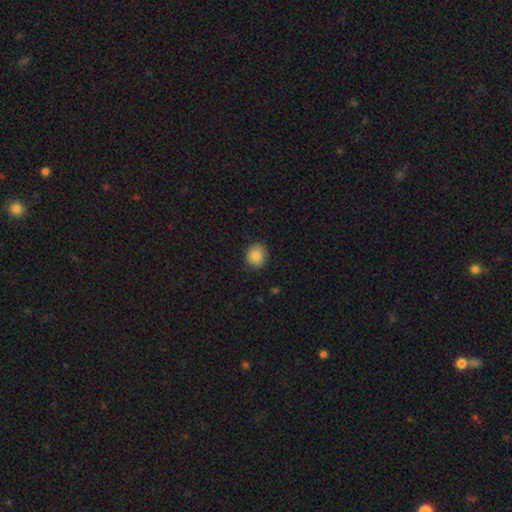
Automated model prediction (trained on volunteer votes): Smooth or featured?
  - smooth: 86% *
  - star or artifact: 9%
  - featured or disk: 5%
How rounded?
  - round: 83% *
  - in between: 16%
  - cigar-shaped: 1%
Merging?
  - none: 87% *
  - minor disturbance: 10%
  - major disturbance: 2%
  - merger: 1%